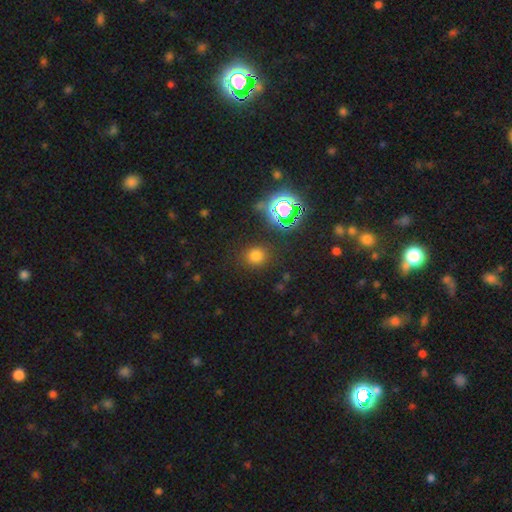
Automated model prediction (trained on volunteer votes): smooth_or_featured: smooth (p=0.70) [alt: star or artifact p=0.24]
how_rounded: round (p=0.82) [alt: in between p=0.17]
merging: none (p=0.85) [alt: minor disturbance p=0.09]